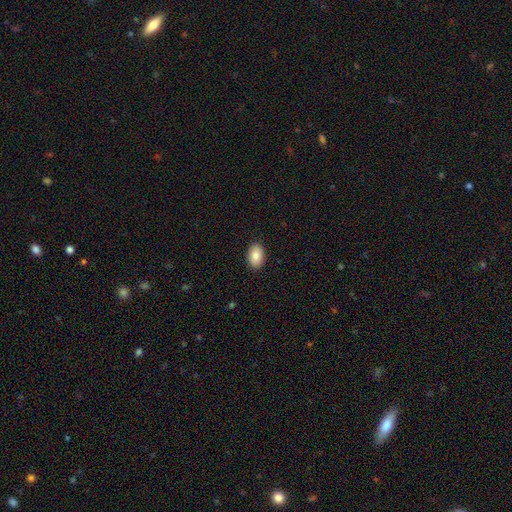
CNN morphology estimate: smooth_or_featured: smooth (p=0.87) [alt: star or artifact p=0.07]
how_rounded: in between (p=0.89) [alt: round p=0.09]
merging: none (p=0.90) [alt: minor disturbance p=0.07]